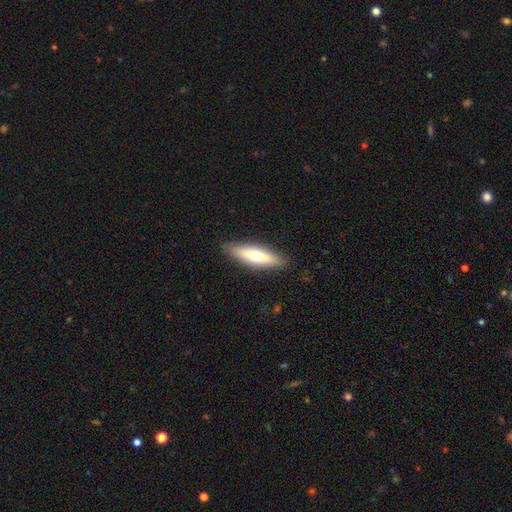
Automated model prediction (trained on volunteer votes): Smooth or featured? Predicted: smooth (p=0.63). How rounded? Predicted: cigar-shaped (p=0.68). Merging? Predicted: none (p=0.88).